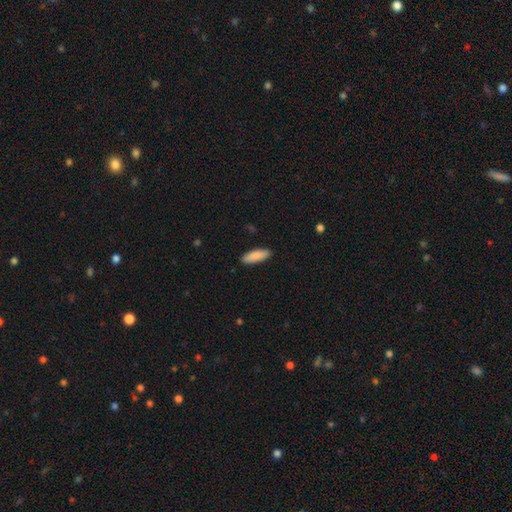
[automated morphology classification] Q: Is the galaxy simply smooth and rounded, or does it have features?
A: smooth — 89%.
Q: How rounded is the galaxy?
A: in between — 60%.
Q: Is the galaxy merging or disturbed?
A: none — 90%.